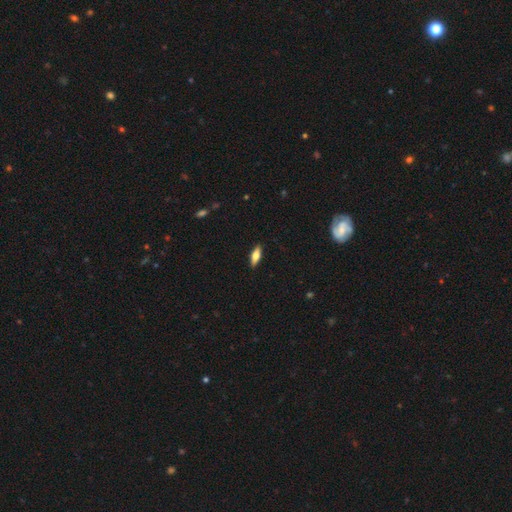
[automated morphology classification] Smooth or featured: smooth — 62% (featured or disk — 31%)
How rounded: in between — 63% (cigar-shaped — 34%)
Merging: none — 90% (minor disturbance — 8%)